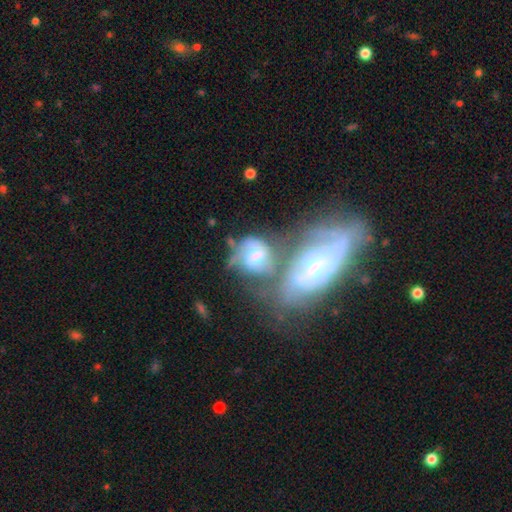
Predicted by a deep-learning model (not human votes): Morphology: type=featured or disk (63%); edge-on=no (95%); bar=weak (45%); spiral arms=yes (76%); bulge=moderate (60%); merging=merger (57%).